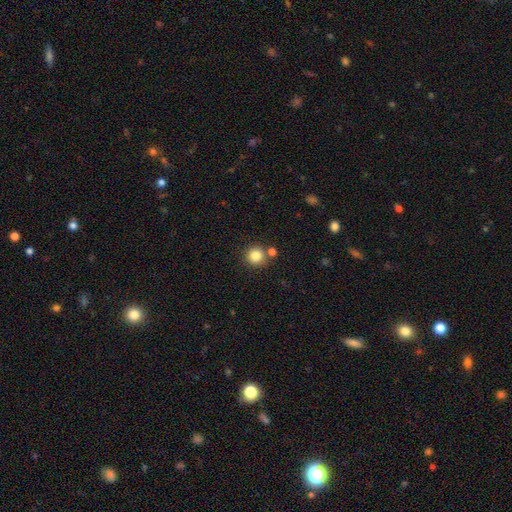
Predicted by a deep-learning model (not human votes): This is clearly a smooth galaxy (83%). How rounded: clearly round (94%). Merging: likely none (79%).